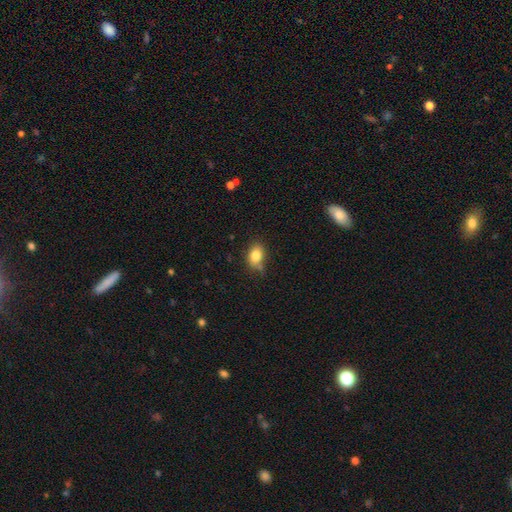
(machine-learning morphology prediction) A smooth galaxy with no disk features (82%) that is in between round and cigar-shaped (75%). Merging: none (70%).